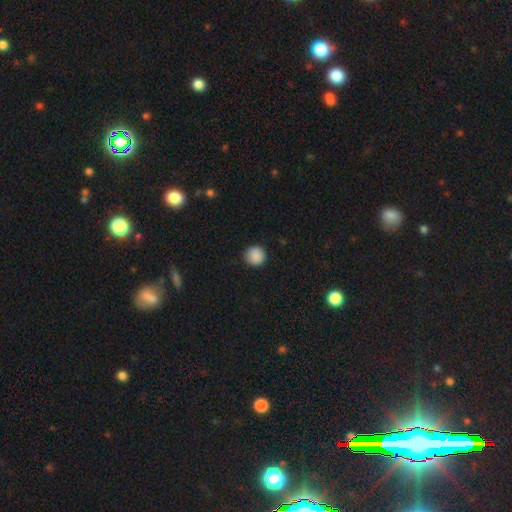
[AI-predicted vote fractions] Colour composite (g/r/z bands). It shows a smooth galaxy with no disk features (89%) that is round (94%). Merging: none (89%).